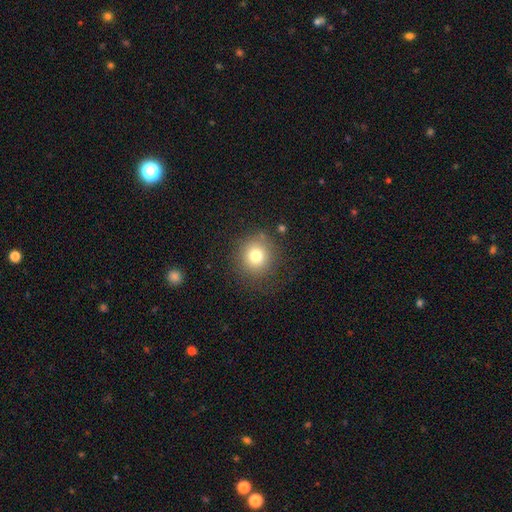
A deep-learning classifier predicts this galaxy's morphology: Smooth or featured? Predicted: smooth (p=0.76). How rounded? Predicted: round (p=0.89). Merging? Predicted: none (p=0.82).